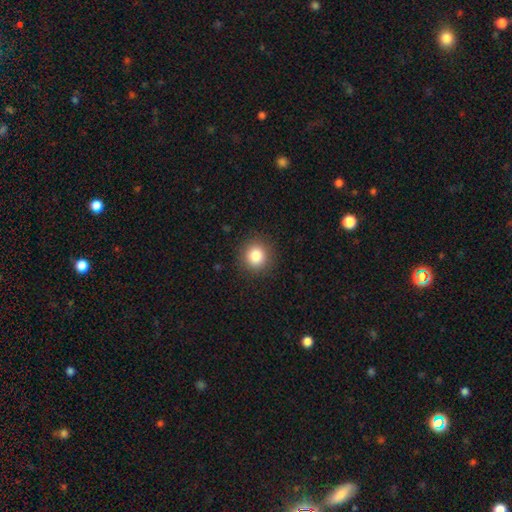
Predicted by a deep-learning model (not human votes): smooth-or-featured: smooth: 84% | star or artifact: 11% | featured or disk: 6%
  how-rounded: round: 91% | in between: 8% | cigar-shaped: 1%
  merging: none: 90% | minor disturbance: 7% | major disturbance: 2% | merger: 1%